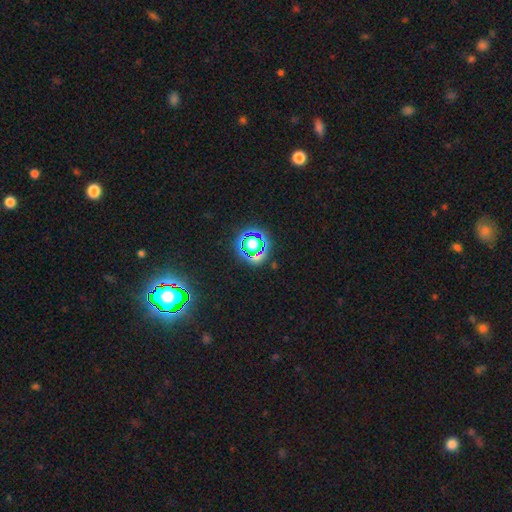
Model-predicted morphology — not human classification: smooth_or_featured: star or artifact (p=0.55) [alt: smooth p=0.33]